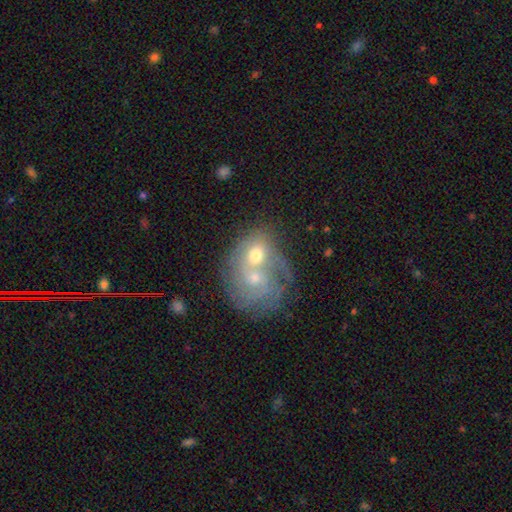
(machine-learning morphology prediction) type=featured or disk (52%); edge-on=no (95%); merging=merger (65%).